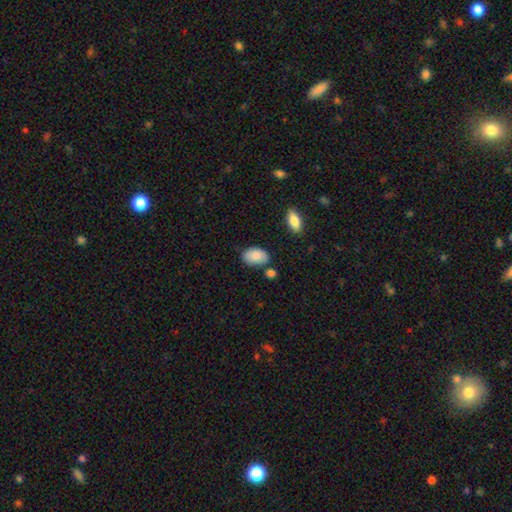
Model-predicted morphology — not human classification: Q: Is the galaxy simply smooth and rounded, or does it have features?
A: smooth — 87%.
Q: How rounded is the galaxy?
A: in between — 91%.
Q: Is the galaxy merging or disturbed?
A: none — 68%.